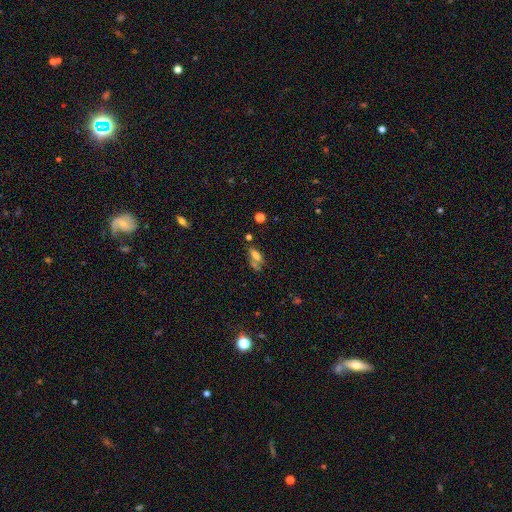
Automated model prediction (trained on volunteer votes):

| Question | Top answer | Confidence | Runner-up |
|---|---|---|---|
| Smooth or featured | smooth | 64% | featured or disk (23%) |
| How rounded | in between | 70% | cigar-shaped (25%) |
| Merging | none | 42% | merger (26%) |